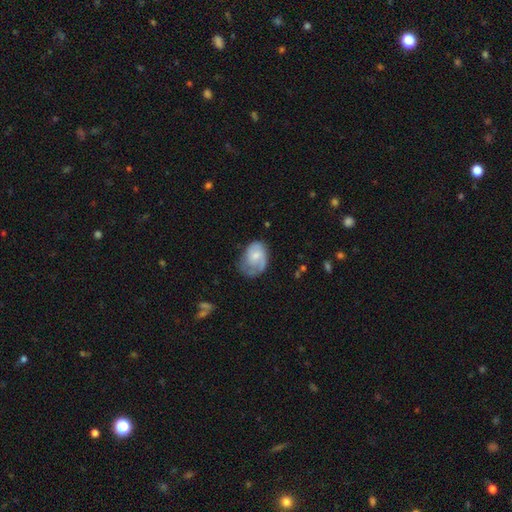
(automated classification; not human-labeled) Smooth or featured: featured or disk — 52% (smooth — 41%)
Edge-on disk: no — 97% (yes — 3%)
Bar: no — 65% (weak — 30%)
Spiral arms: yes — 80% (no — 20%)
Bulge size: small — 48% (moderate — 36%)
Merging: none — 43% (minor disturbance — 31%)